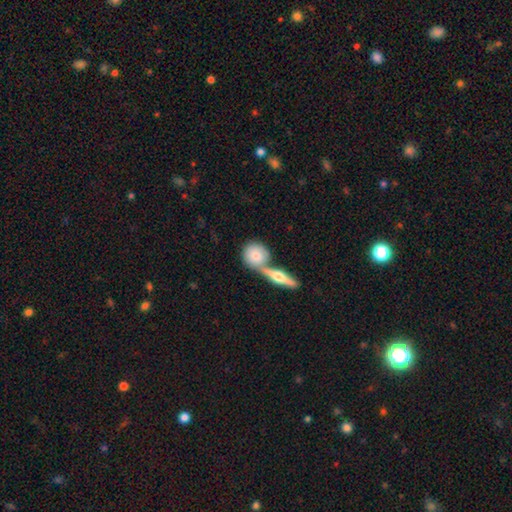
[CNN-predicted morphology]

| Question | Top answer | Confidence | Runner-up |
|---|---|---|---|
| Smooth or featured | smooth | 71% | featured or disk (22%) |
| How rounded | round | 78% | in between (17%) |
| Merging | none | 51% | merger (37%) |